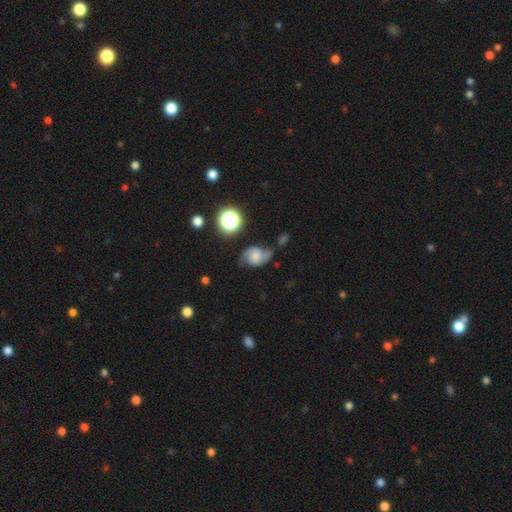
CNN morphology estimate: Smooth or featured? Predicted: featured or disk (p=0.59). Edge-on disk? Predicted: no (p=0.96). Bar? Predicted: no (p=0.61). Spiral arms? Predicted: yes (p=0.89). Spiral winding? Predicted: medium (p=0.42). Spiral arm count? Predicted: 2 (p=0.87). Bulge size? Predicted: moderate (p=0.33). Merging? Predicted: none (p=0.53).